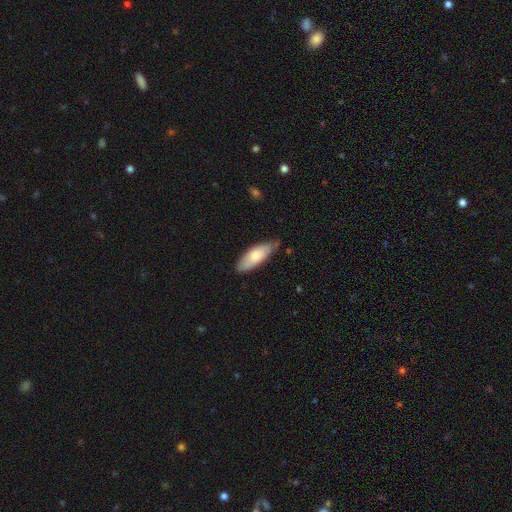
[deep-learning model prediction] Q: Smooth or featured?
A: smooth (74%); runner-up: featured or disk (21%)
Q: How rounded?
A: in between (68%); runner-up: cigar-shaped (30%)
Q: Merging?
A: none (69%); runner-up: minor disturbance (25%)